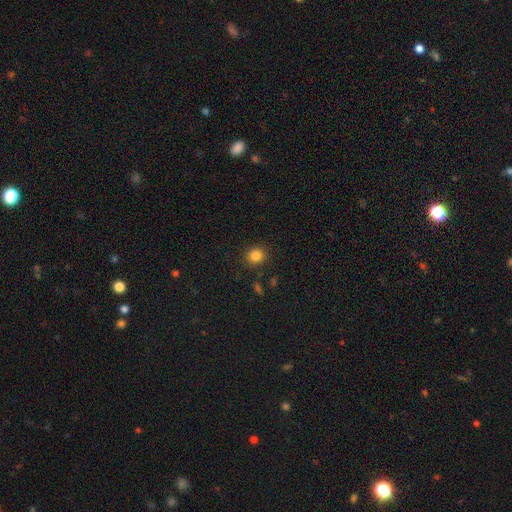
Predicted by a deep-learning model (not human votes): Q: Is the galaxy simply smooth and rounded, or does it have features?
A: smooth — 84%.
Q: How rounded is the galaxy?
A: round — 83%.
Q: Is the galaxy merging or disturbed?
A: none — 88%.